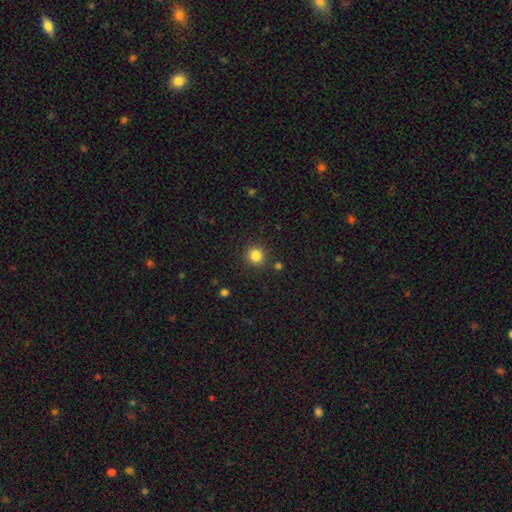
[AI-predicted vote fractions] Smooth or featured: smooth — 84% (star or artifact — 12%)
How rounded: round — 94% (in between — 5%)
Merging: none — 89% (minor disturbance — 6%)